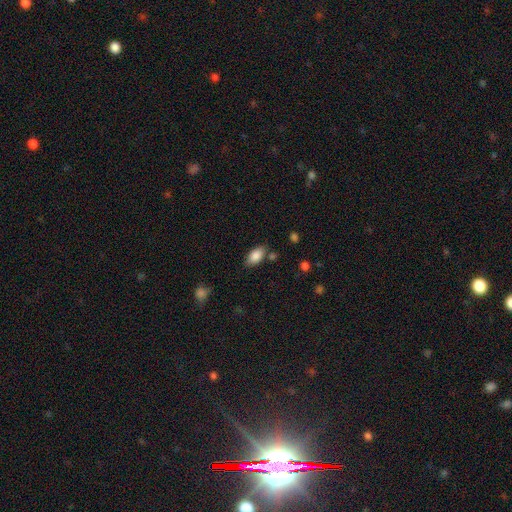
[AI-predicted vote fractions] smooth-or-featured: smooth: 86% | star or artifact: 7% | featured or disk: 7%
  how-rounded: in between: 91% | cigar-shaped: 5% | round: 4%
  merging: none: 77% | minor disturbance: 15% | merger: 5% | major disturbance: 4%